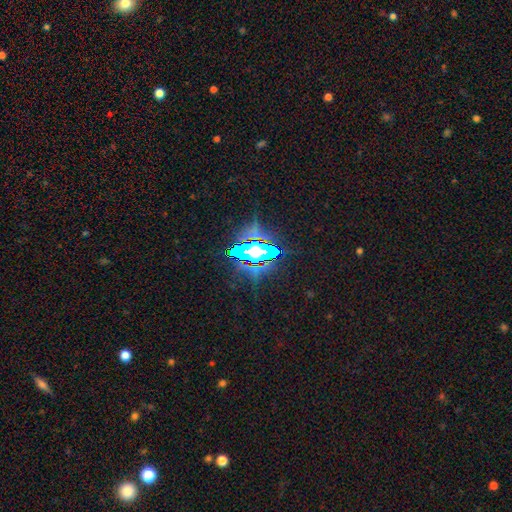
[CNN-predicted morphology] Smooth or featured: star or artifact — 74% (smooth — 14%)